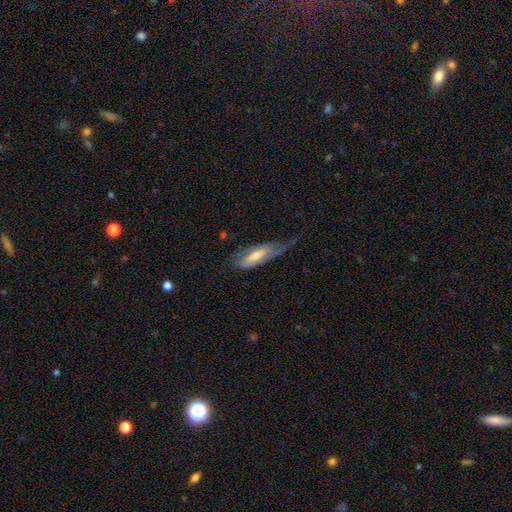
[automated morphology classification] A featured or disk galaxy (55%).

Vote fractions:
- Smooth or featured? featured or disk: 55% / smooth: 39% / star or artifact: 6%
- Edge-on disk? no: 70% / yes: 30%
- Merging? none: 36% / major disturbance: 32% / minor disturbance: 29% / merger: 2%